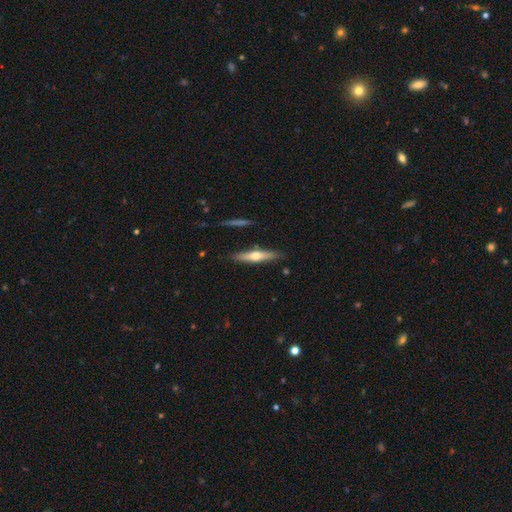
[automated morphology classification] featured or disk 57%, smooth 37%, star or artifact 6%. Down the decision tree: edge-on disk — yes (95%); edge-on bulge — rounded (92%); merging — none (87%).